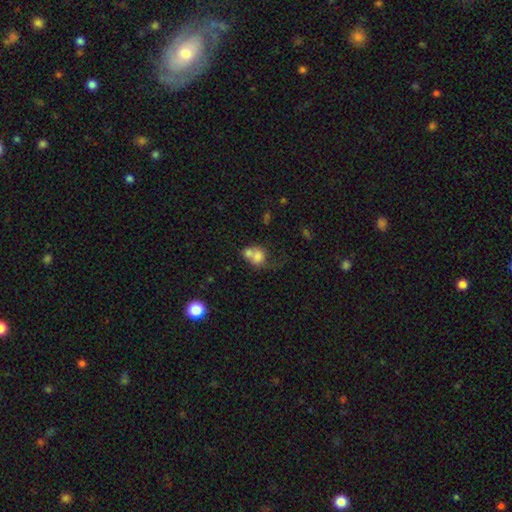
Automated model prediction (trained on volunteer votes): smooth-or-featured: smooth: 68% | featured or disk: 22% | star or artifact: 11%
  how-rounded: round: 57% | in between: 42% | cigar-shaped: 1%
  merging: merger: 63% | none: 18% | major disturbance: 11% | minor disturbance: 8%